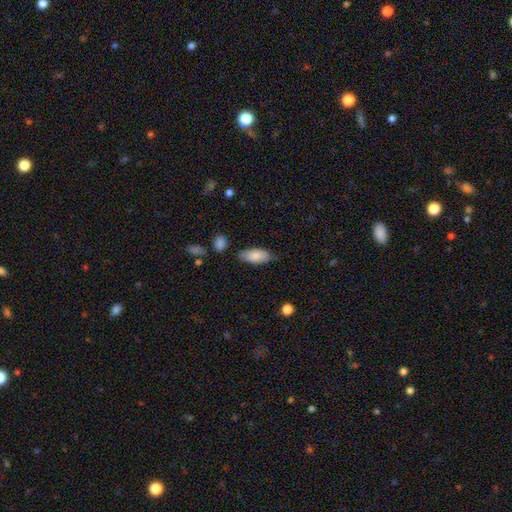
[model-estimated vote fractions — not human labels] A smooth galaxy with no disk features (85%) that is in between round and cigar-shaped (86%). Merging: none (80%).